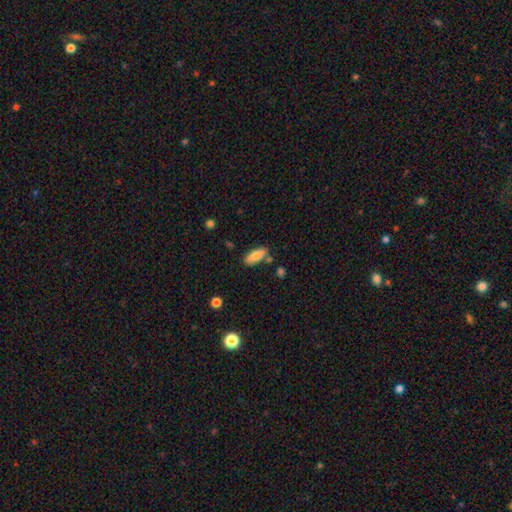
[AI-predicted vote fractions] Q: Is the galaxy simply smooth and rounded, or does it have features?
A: smooth — 81%.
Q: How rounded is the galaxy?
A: in between — 80%.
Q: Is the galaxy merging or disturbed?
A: none — 74%.